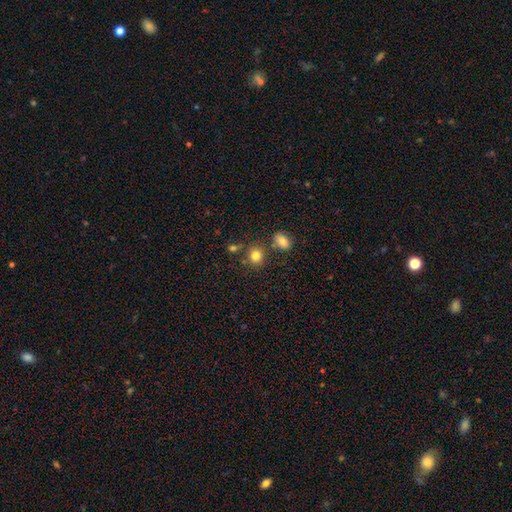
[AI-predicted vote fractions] A smooth galaxy with no disk features (81%) that is round (78%).

Vote fractions:
- Smooth or featured? smooth: 81% / star or artifact: 12% / featured or disk: 7%
- How rounded? round: 78% / in between: 21% / cigar-shaped: 1%
- Merging? none: 73% / merger: 13% / minor disturbance: 10% / major disturbance: 4%